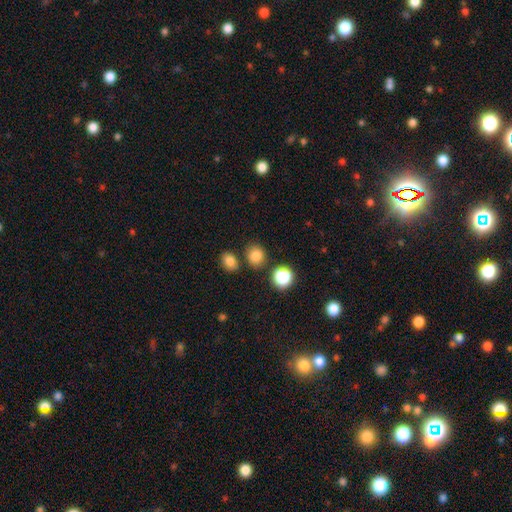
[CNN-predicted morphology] The model was most divided on "how rounded": round: 73%, in between: 26%, cigar-shaped: 1%. More confident: smooth or featured — smooth (81%); merging — none (79%).